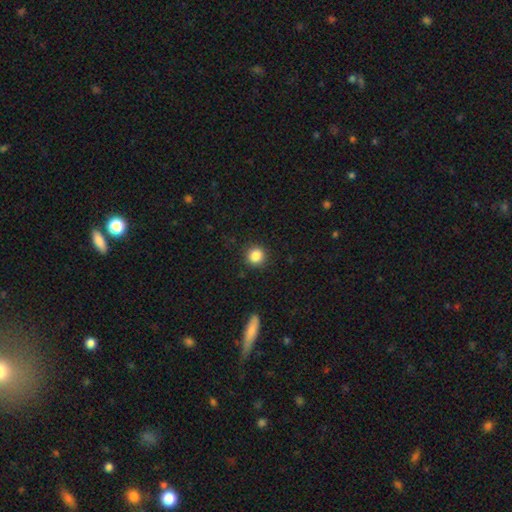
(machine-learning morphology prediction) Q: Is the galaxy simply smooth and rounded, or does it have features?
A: smooth — 86%.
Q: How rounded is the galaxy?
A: round — 91%.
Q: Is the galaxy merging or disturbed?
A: none — 90%.